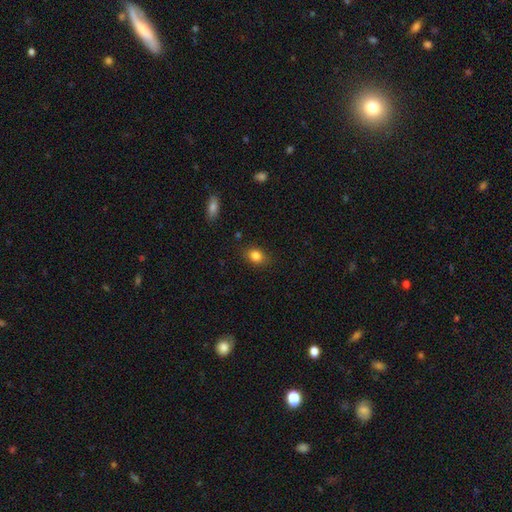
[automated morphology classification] The model was most divided on "how rounded": in between: 62%, round: 36%, cigar-shaped: 2%. More confident: smooth or featured — smooth (83%); merging — none (82%).